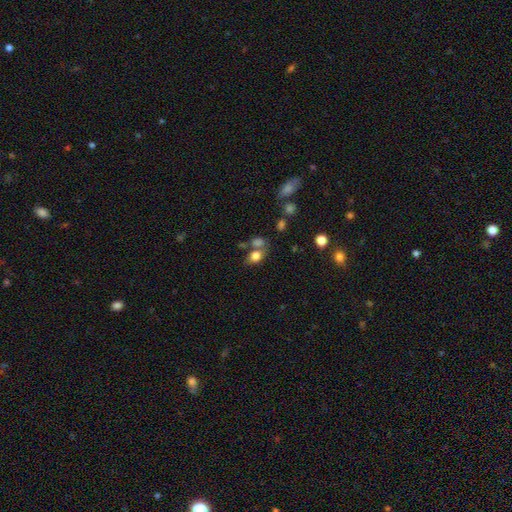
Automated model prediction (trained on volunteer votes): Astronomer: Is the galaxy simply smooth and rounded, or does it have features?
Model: smooth — 76%.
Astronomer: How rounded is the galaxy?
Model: in between — 62%.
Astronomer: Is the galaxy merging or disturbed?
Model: none — 42% (runner-up: merger, 37%).